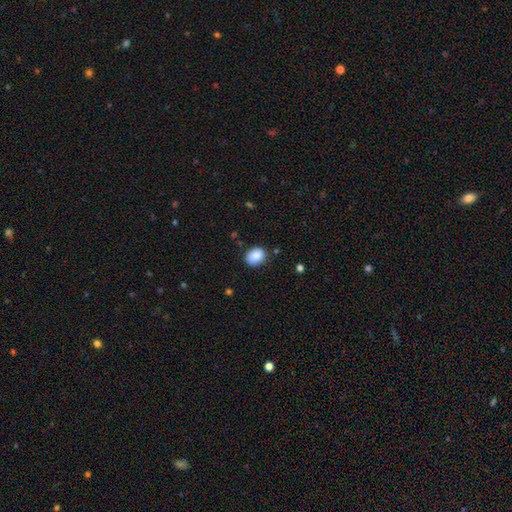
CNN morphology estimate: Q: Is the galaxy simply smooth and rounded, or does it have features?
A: smooth — 88%.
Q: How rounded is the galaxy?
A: in between — 58%.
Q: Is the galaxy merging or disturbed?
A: none — 82%.